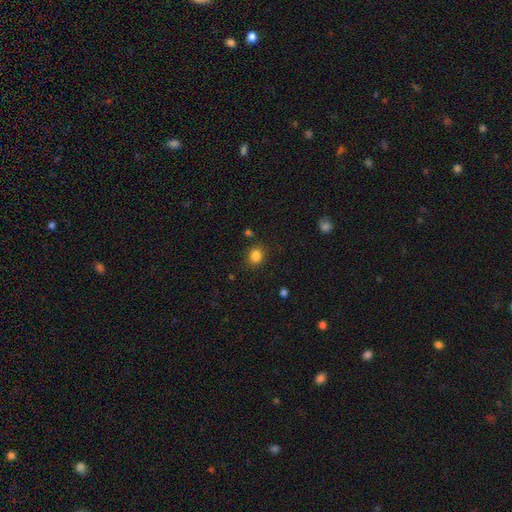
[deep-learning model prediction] smooth-or-featured: smooth: 84% | star or artifact: 11% | featured or disk: 5%
  how-rounded: round: 70% | in between: 30% | cigar-shaped: 1%
  merging: none: 85% | minor disturbance: 10% | major disturbance: 3% | merger: 2%